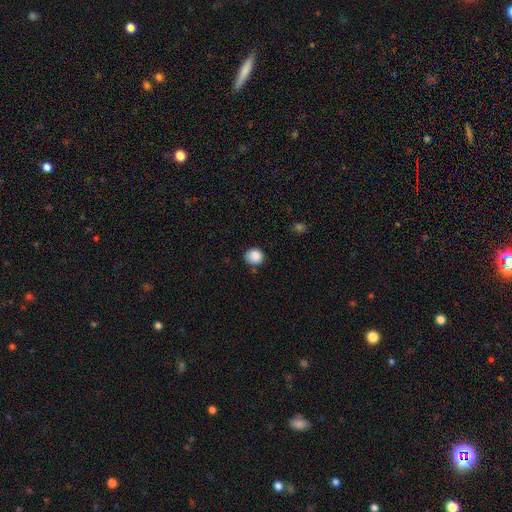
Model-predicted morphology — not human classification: Smooth or featured?
  - smooth: 88% *
  - star or artifact: 9%
  - featured or disk: 4%
How rounded?
  - round: 83% *
  - in between: 16%
  - cigar-shaped: 1%
Merging?
  - none: 77% *
  - minor disturbance: 16%
  - major disturbance: 3%
  - merger: 3%